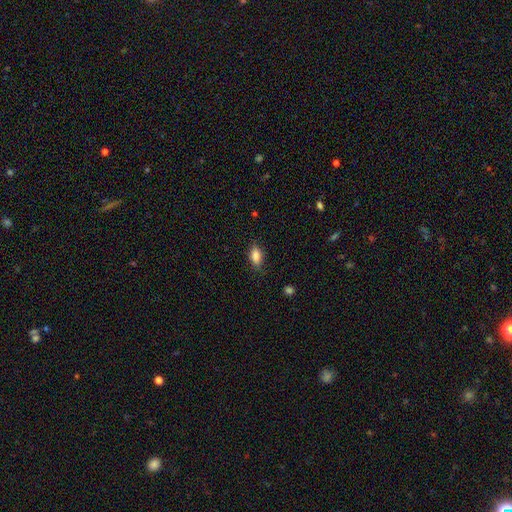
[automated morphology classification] Smooth or featured: smooth — 85% (star or artifact — 8%)
How rounded: in between — 86% (cigar-shaped — 7%)
Merging: none — 82% (minor disturbance — 14%)